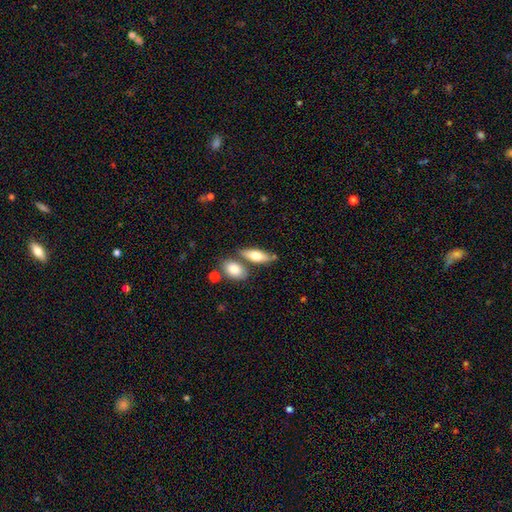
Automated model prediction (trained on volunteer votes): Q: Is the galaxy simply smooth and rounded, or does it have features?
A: smooth — 70%.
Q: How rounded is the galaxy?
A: in between — 72%.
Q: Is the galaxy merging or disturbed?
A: none — 61%.